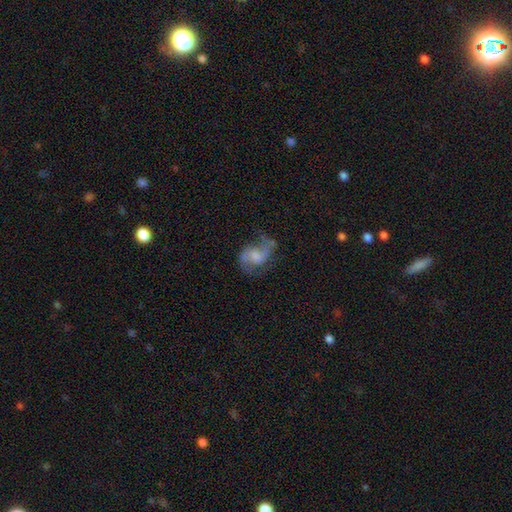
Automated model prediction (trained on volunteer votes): Smooth or featured? Predicted: featured or disk (p=0.73). Edge-on disk? Predicted: no (p=0.97). Bar? Predicted: no (p=0.49). Spiral arms? Predicted: yes (p=0.91). Spiral winding? Predicted: loose (p=0.51). Spiral arm count? Predicted: 2 (p=0.84). Bulge size? Predicted: moderate (p=0.31). Merging? Predicted: none (p=0.51).